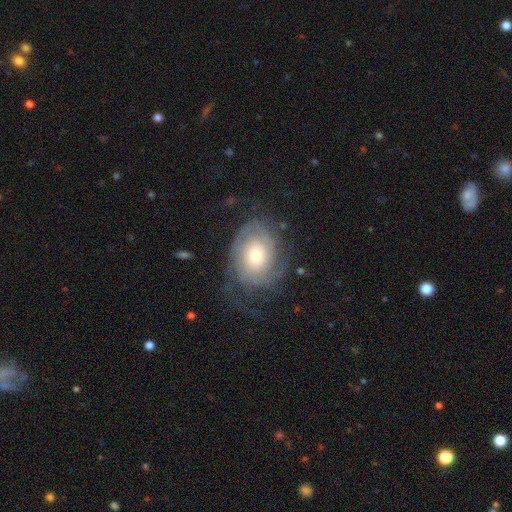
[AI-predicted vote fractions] This appears to be a featured or disk galaxy (79%) with no bar (77%), tight (67%) spiral arms (93%) and a moderate central bulge (53%). Merging: none (68%).